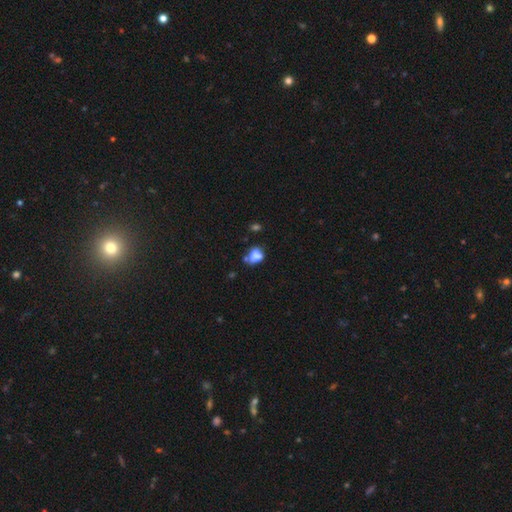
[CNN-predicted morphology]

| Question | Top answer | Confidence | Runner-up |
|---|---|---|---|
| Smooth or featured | smooth | 77% | star or artifact (12%) |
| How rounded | in between | 61% | round (37%) |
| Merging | none | 46% | minor disturbance (26%) |